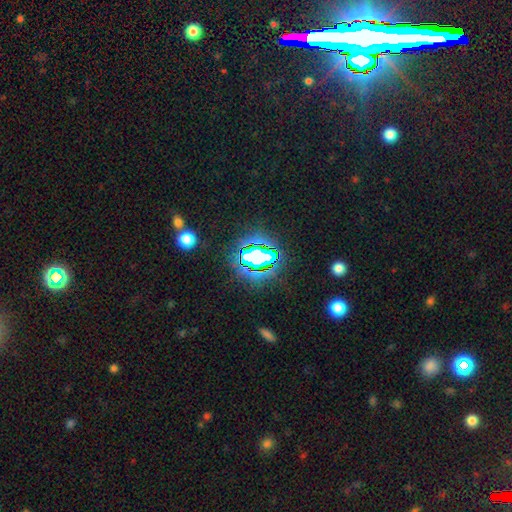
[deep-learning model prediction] A star or artifact, not a galaxy (69%).